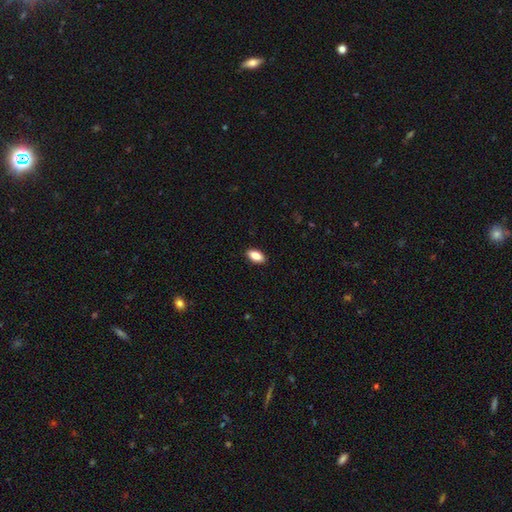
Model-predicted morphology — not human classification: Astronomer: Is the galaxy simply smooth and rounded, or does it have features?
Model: smooth — 87%.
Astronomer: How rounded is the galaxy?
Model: in between — 90%.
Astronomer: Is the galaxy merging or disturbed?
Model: none — 89%.